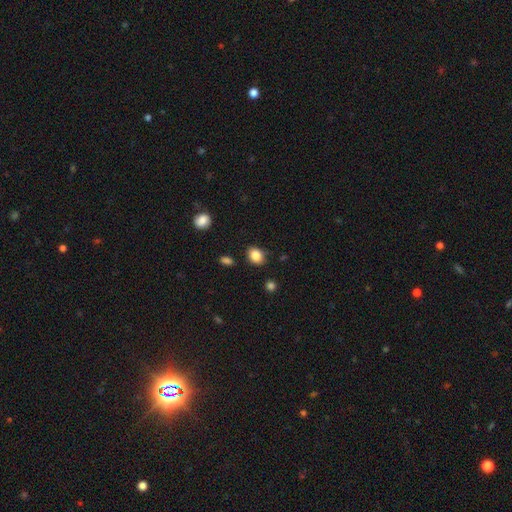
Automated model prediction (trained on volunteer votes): Morphology: type=smooth (86%); roundness=in between (57%); merging=none (83%).